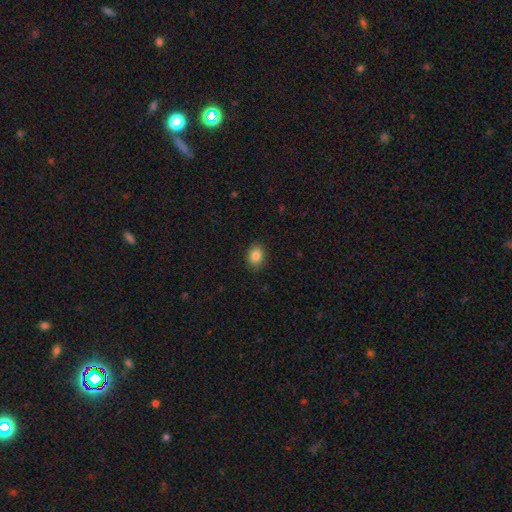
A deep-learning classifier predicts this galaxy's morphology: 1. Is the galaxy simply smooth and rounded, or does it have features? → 86% smooth, 9% star or artifact, 5% featured or disk.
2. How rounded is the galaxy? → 59% in between, 40% round, 1% cigar-shaped.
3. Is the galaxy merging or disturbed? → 88% none, 8% minor disturbance, 2% major disturbance, 1% merger.